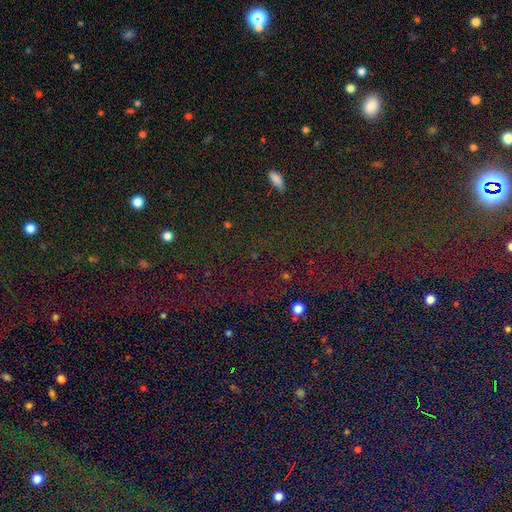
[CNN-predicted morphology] Q: Smooth or featured?
A: star or artifact (80%); runner-up: smooth (13%)